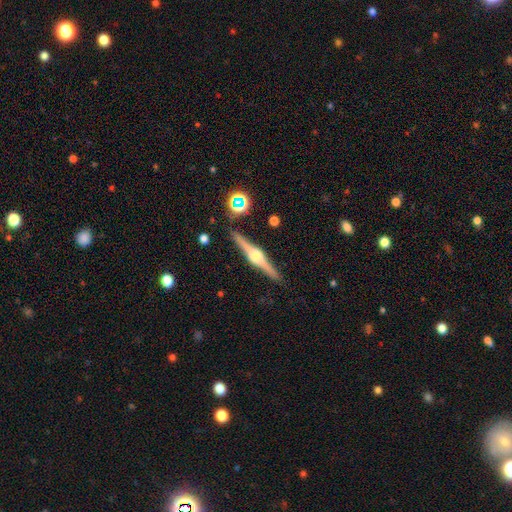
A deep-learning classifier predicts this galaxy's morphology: This appears to be a featured or disk galaxy (83%) viewed edge-on (98%) with a rounded central bulge (92%). Merging: none (90%).